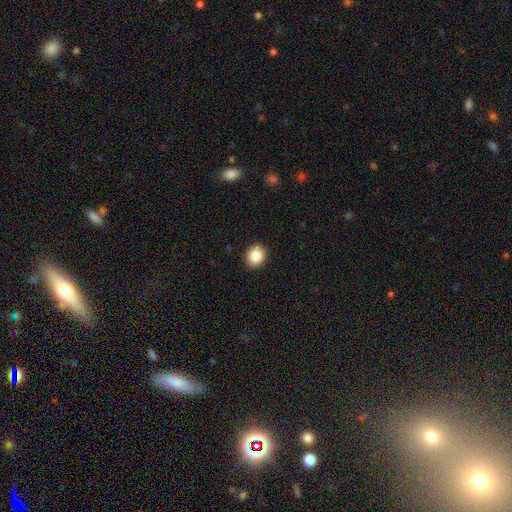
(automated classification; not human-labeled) Smooth or featured: smooth — 87% (star or artifact — 9%)
How rounded: round — 62% (in between — 37%)
Merging: none — 91% (minor disturbance — 6%)